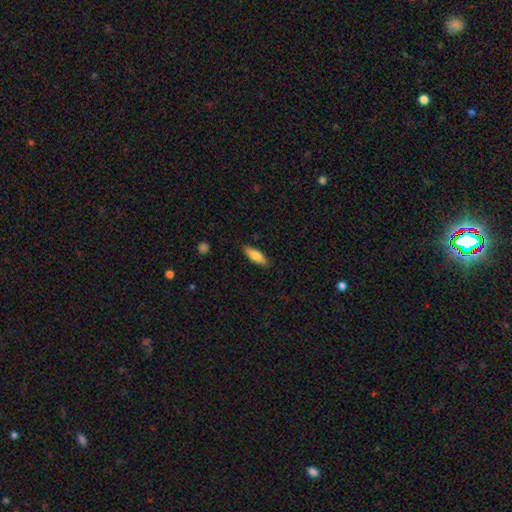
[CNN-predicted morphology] Smooth or featured: smooth — 82% (featured or disk — 12%)
How rounded: in between — 55% (cigar-shaped — 43%)
Merging: none — 86% (minor disturbance — 11%)